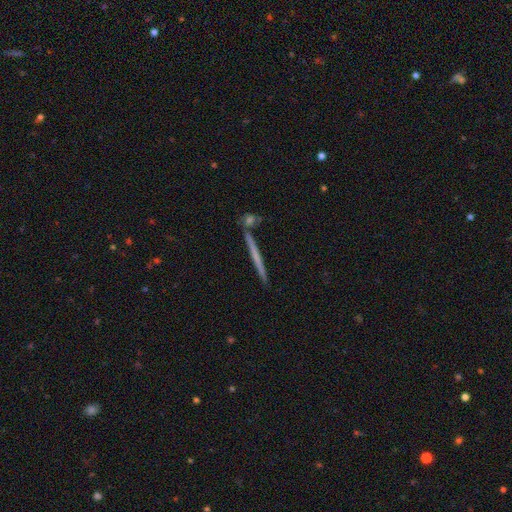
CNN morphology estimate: Q: Smooth or featured?
A: featured or disk (49%); runner-up: smooth (44%)
Q: Merging?
A: none (86%); runner-up: minor disturbance (7%)